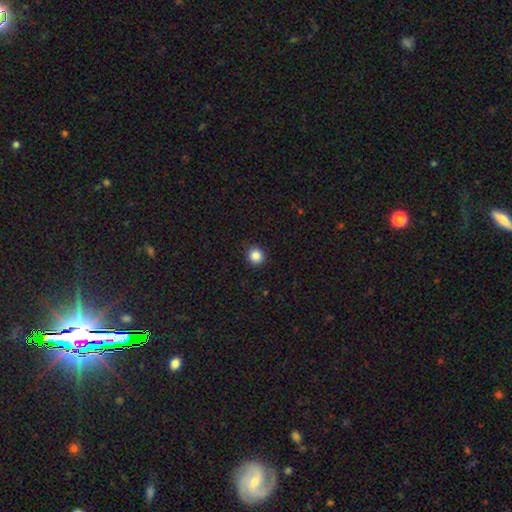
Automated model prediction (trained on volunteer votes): A smooth galaxy with no disk features (86%) that is round (90%).

Vote fractions:
- Smooth or featured? smooth: 86% / star or artifact: 11% / featured or disk: 4%
- How rounded? round: 90% / in between: 9% / cigar-shaped: 1%
- Merging? none: 90% / minor disturbance: 7% / major disturbance: 2% / merger: 1%